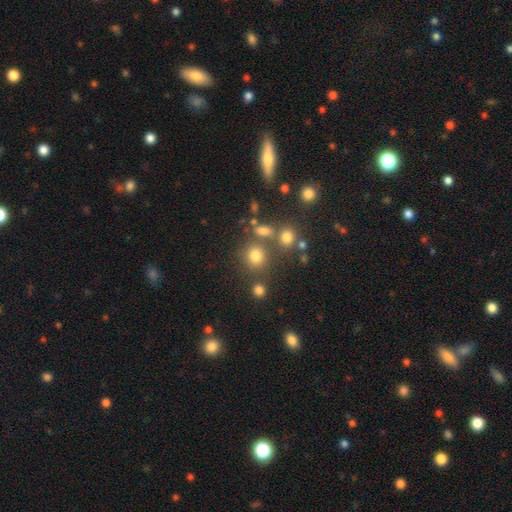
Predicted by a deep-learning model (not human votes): The model was most divided on "merging": none: 68%, merger: 17%, minor disturbance: 10%, major disturbance: 5%. More confident: how rounded — round (84%); smooth or featured — smooth (75%).